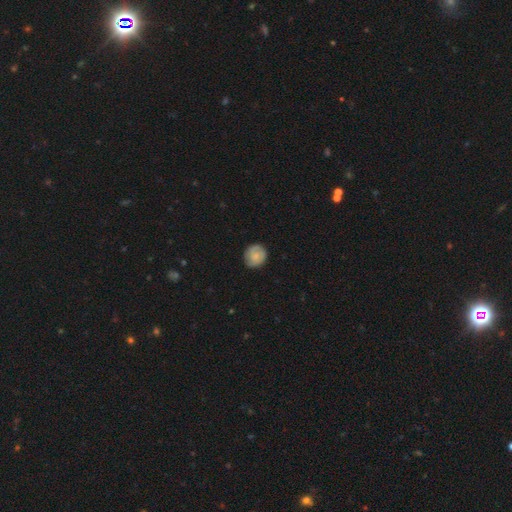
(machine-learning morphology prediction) type=smooth (74%); roundness=round (87%); merging=none (82%).